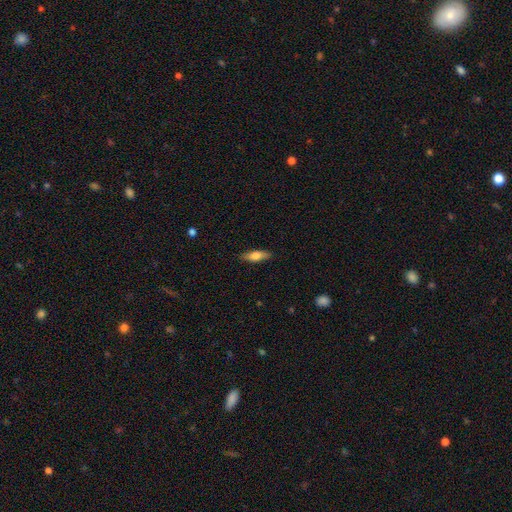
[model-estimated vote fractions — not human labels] The model was most divided on "how rounded": in between: 56%, cigar-shaped: 42%, round: 3%. More confident: merging — none (85%); smooth or featured — smooth (73%).